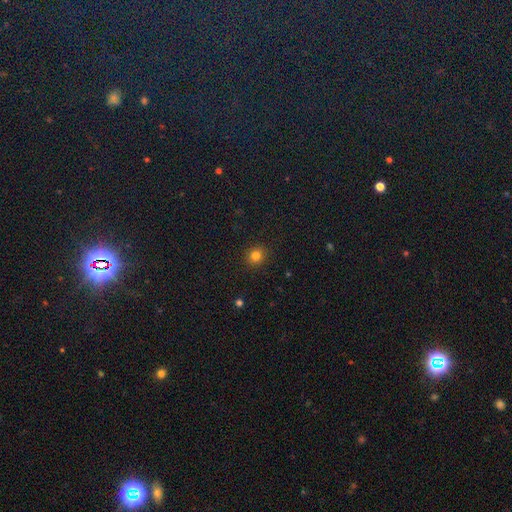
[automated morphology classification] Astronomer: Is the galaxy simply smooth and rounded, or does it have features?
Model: smooth — 81%.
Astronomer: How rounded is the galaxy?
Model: round — 87%.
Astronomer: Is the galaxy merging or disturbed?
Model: none — 91%.